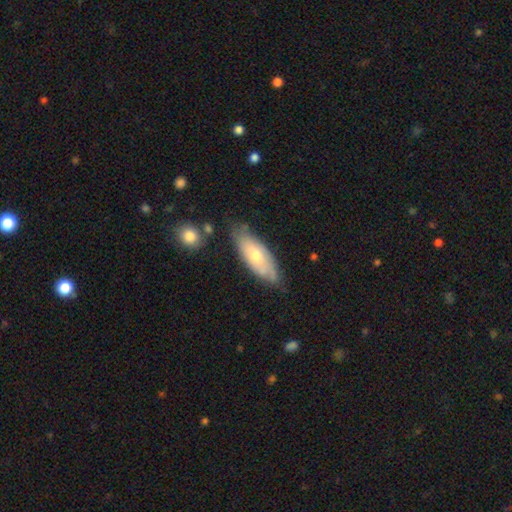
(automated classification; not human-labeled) Smooth or featured? smooth (52%)
How rounded? in between (75%)
Merging? none (66%)